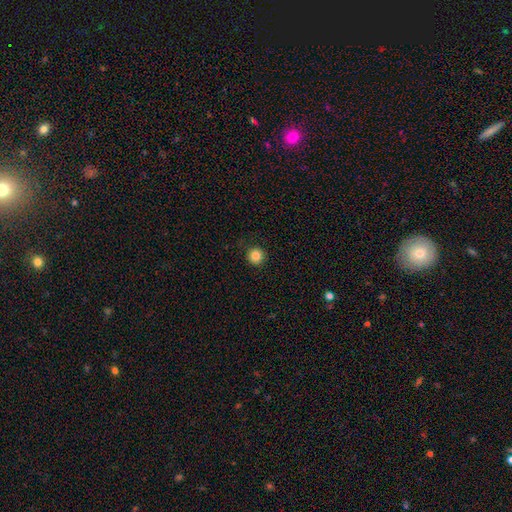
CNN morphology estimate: The model was most divided on "smooth or featured": smooth: 86%, star or artifact: 11%, featured or disk: 4%. More confident: how rounded — round (96%); merging — none (91%).